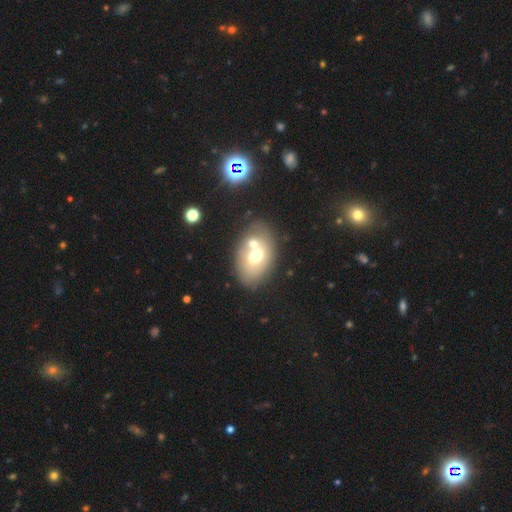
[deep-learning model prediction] smooth 59%, featured or disk 31%, star or artifact 10%. Down the decision tree: how rounded — in between (79%); merging — none (44%).